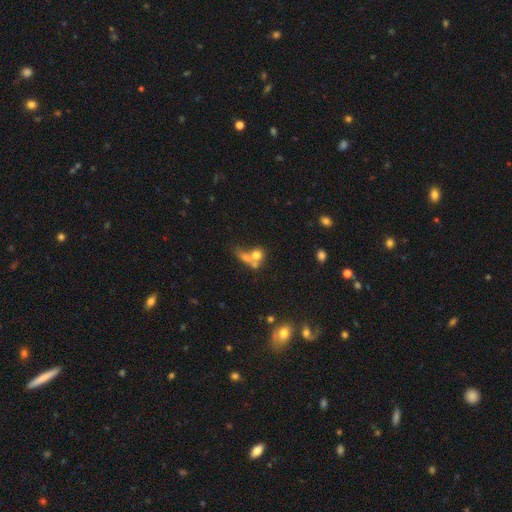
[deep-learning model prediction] The model was most divided on "merging": merger: 54%, none: 27%, major disturbance: 10%, minor disturbance: 9%. More confident: how rounded — round (70%); smooth or featured — smooth (65%).